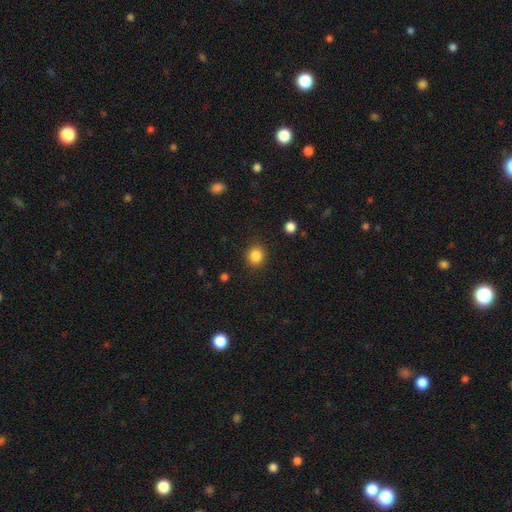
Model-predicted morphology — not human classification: Smooth or featured: smooth — 85% (star or artifact — 11%)
How rounded: round — 86% (in between — 13%)
Merging: none — 89% (minor disturbance — 7%)